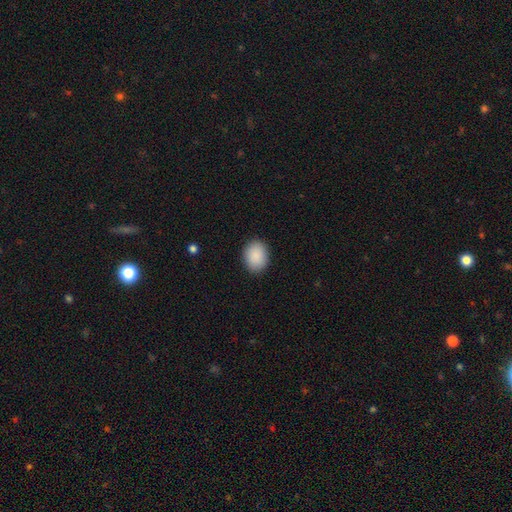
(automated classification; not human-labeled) Smooth or featured?
  - smooth: 90% *
  - star or artifact: 7%
  - featured or disk: 3%
How rounded?
  - in between: 61% *
  - round: 38%
  - cigar-shaped: 1%
Merging?
  - none: 89% *
  - minor disturbance: 8%
  - major disturbance: 2%
  - merger: 1%